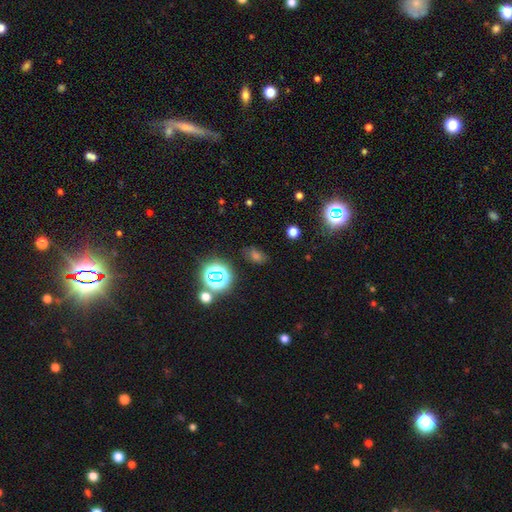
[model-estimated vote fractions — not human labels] This appears to be a star or artifact, not a galaxy (46%).